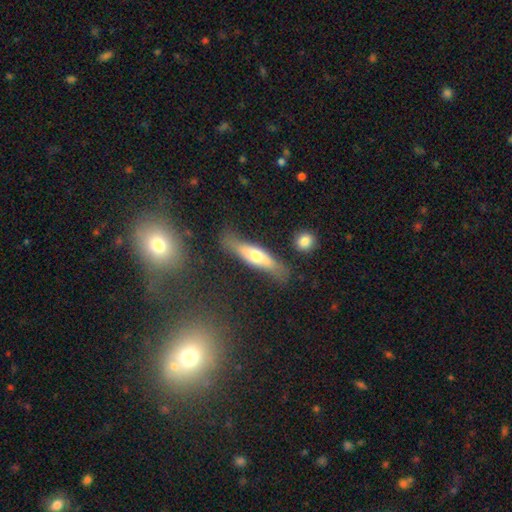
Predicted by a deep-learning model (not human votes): smooth 50%, featured or disk 44%, star or artifact 6%. Down the decision tree: how rounded — cigar-shaped (67%); merging — none (69%).